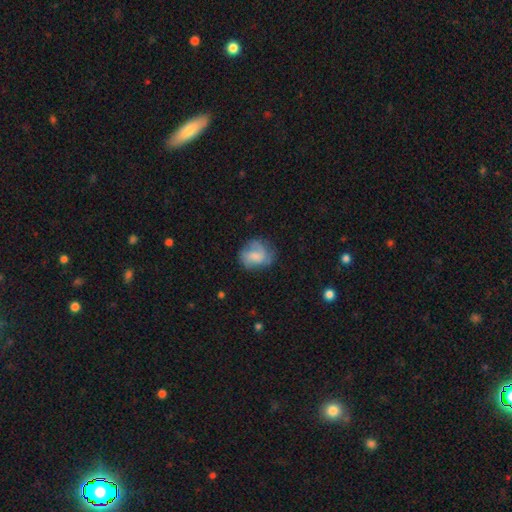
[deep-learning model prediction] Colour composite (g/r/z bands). It shows a smooth galaxy with no disk features (56%) that is round (57%). Merging: none (56%).